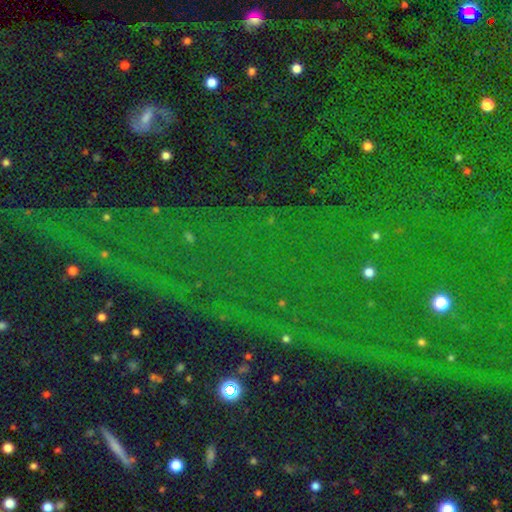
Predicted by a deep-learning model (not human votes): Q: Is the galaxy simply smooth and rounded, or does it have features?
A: star or artifact — 85%.